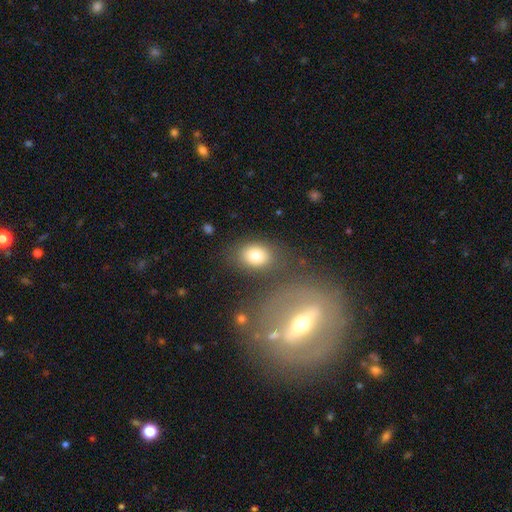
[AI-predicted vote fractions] The model was most divided on "how rounded": in between: 69%, round: 30%, cigar-shaped: 1%. More confident: smooth or featured — smooth (80%); merging — none (75%).